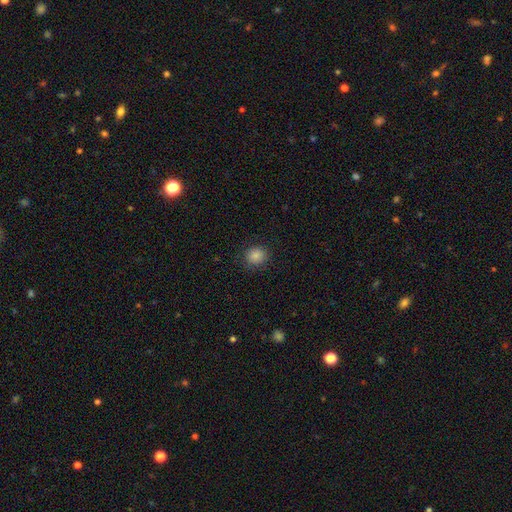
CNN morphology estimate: smooth-or-featured: smooth: 85% | star or artifact: 10% | featured or disk: 5%
  how-rounded: round: 84% | in between: 15% | cigar-shaped: 1%
  merging: none: 87% | minor disturbance: 9% | major disturbance: 3% | merger: 1%